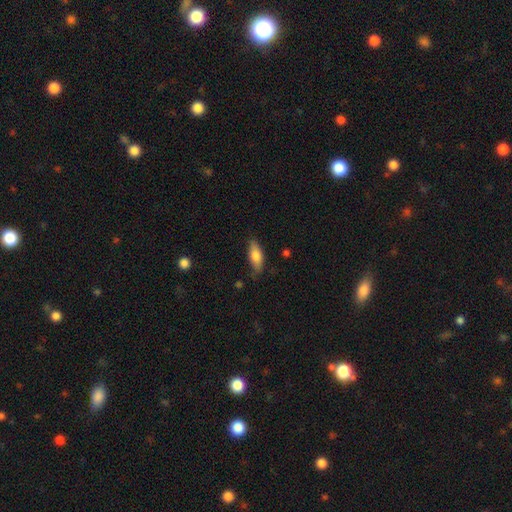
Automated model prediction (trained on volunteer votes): Smooth or featured: smooth — 77% (featured or disk — 16%)
How rounded: in between — 75% (cigar-shaped — 22%)
Merging: none — 73% (minor disturbance — 21%)